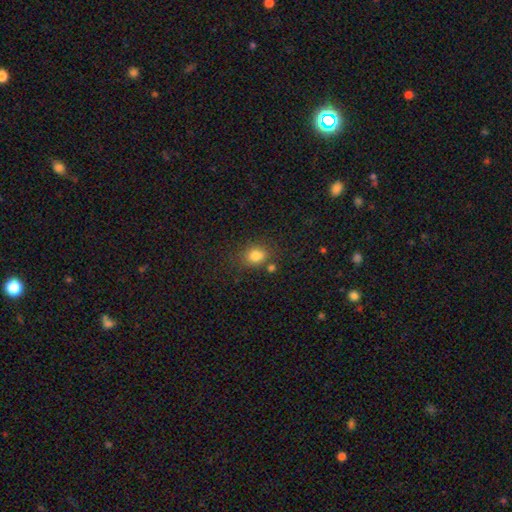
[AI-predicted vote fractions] Morphology: type=smooth (80%); roundness=in between (49%, tied with round); merging=none (69%).